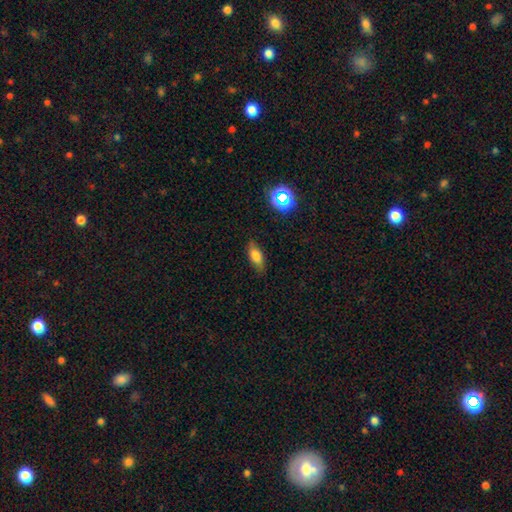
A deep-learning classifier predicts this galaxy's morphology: smooth-or-featured: smooth: 73% | featured or disk: 16% | star or artifact: 11%
  how-rounded: in between: 78% | cigar-shaped: 17% | round: 5%
  merging: none: 79% | minor disturbance: 16% | major disturbance: 3% | merger: 1%